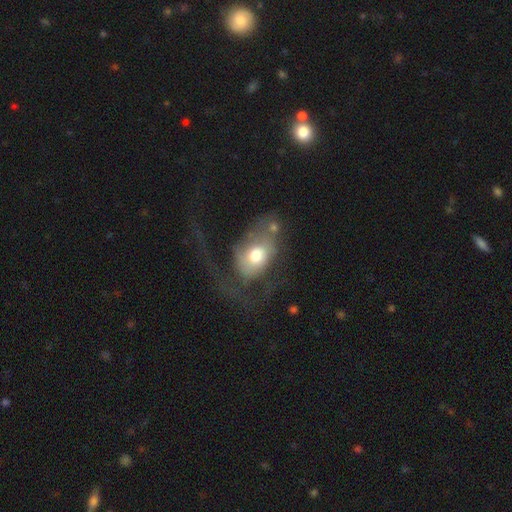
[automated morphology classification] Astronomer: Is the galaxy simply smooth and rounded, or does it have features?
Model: smooth — 52% (runner-up: featured or disk, 40%).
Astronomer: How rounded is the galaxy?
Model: in between — 70%.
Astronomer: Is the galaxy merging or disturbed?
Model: major disturbance — 52%.